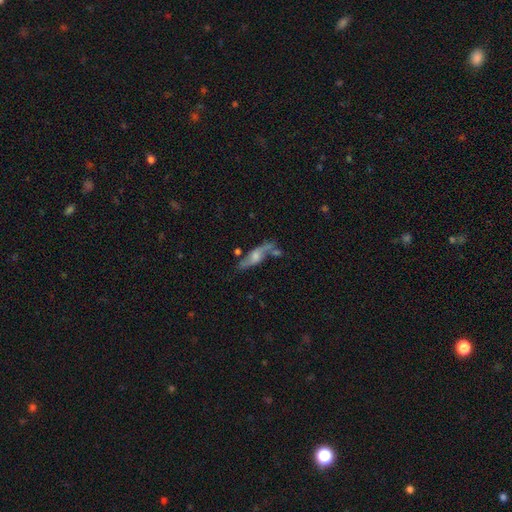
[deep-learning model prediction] A featured or disk galaxy (68%) viewed edge-on (51%). Merging: none (57%).